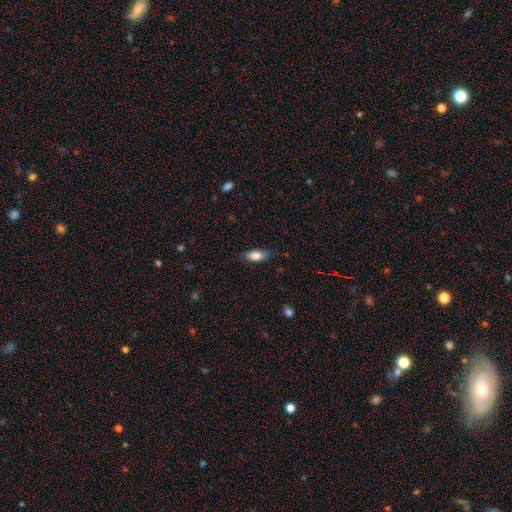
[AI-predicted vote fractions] A smooth galaxy with no disk features (81%) that is in between round and cigar-shaped (81%). Merging: none (80%).